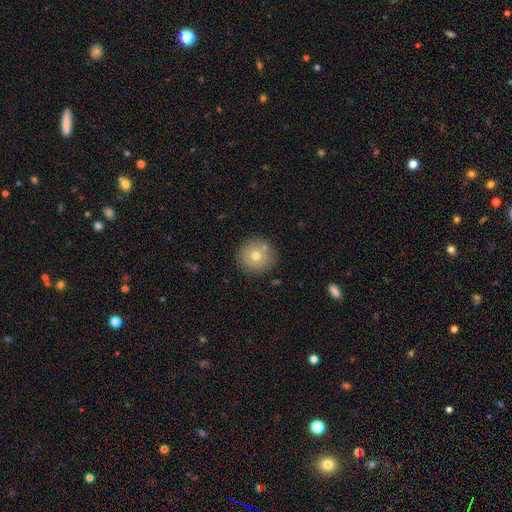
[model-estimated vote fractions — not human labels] smooth-or-featured: smooth: 70% | featured or disk: 19% | star or artifact: 11%
  how-rounded: round: 94% | in between: 5% | cigar-shaped: 1%
  merging: none: 82% | minor disturbance: 9% | merger: 6% | major disturbance: 3%